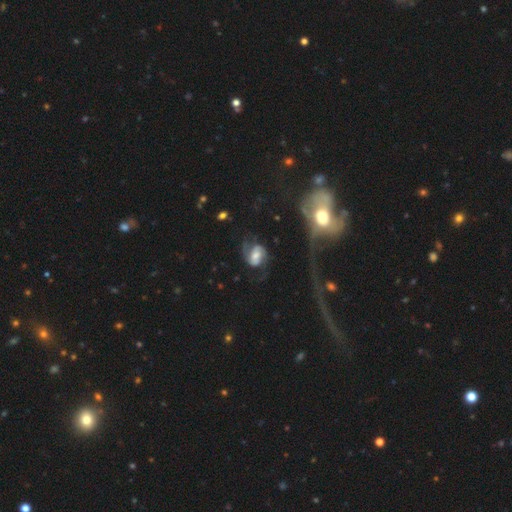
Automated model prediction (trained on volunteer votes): Morphology: type=featured or disk (76%); edge-on=no (97%); bar=weak (43%); spiral arms=yes (92%); winding=medium (45%); arm count=2 (86%); bulge=moderate (50%); merging=none (54%).